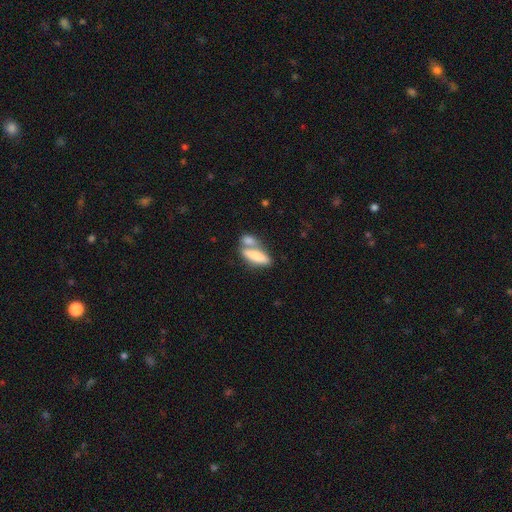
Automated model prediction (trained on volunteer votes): This appears to be a smooth galaxy with no disk features (74%) that is in between round and cigar-shaped (56%). Merging: merger (50%).